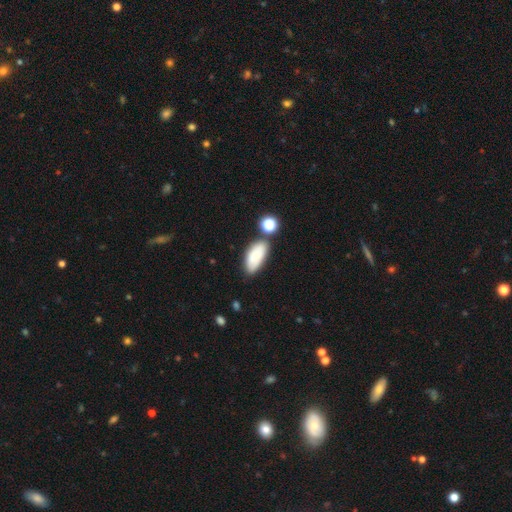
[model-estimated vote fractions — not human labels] A smooth galaxy with no disk features (81%) that is in between round and cigar-shaped (87%).

Vote fractions:
- Smooth or featured? smooth: 81% / featured or disk: 11% / star or artifact: 8%
- How rounded? in between: 87% / cigar-shaped: 10% / round: 3%
- Merging? none: 65% / minor disturbance: 17% / merger: 12% / major disturbance: 5%